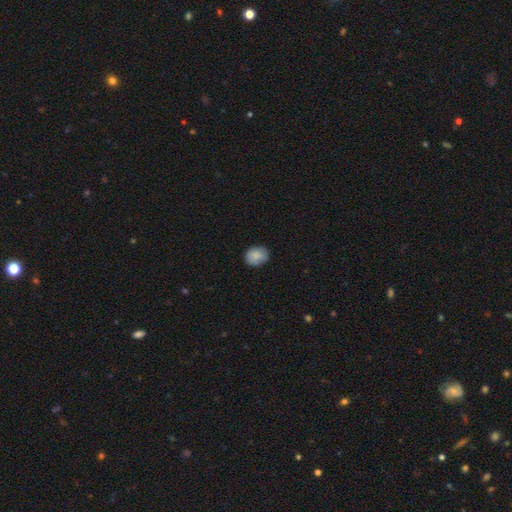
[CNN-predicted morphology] This appears to be a smooth galaxy with no disk features (85%) that is round (59%). Merging: none (78%).